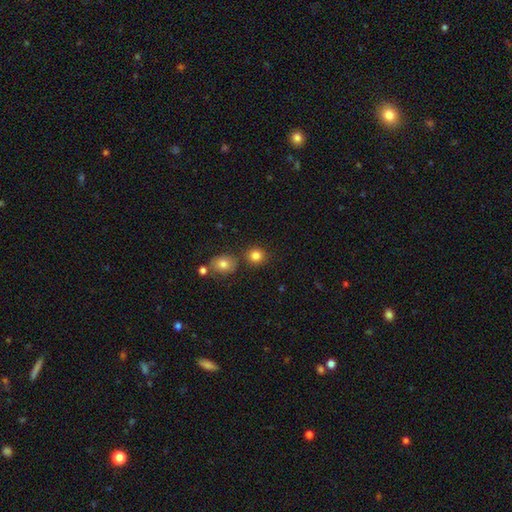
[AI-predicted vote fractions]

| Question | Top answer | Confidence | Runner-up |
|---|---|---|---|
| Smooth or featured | smooth | 83% | star or artifact (11%) |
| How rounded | round | 85% | in between (14%) |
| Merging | none | 76% | merger (12%) |